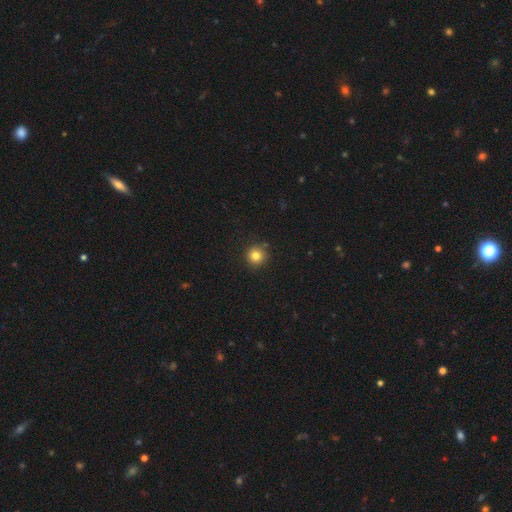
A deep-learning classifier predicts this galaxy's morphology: Smooth or featured: smooth — 82% (star or artifact — 12%)
How rounded: round — 94% (in between — 5%)
Merging: none — 89% (minor disturbance — 7%)